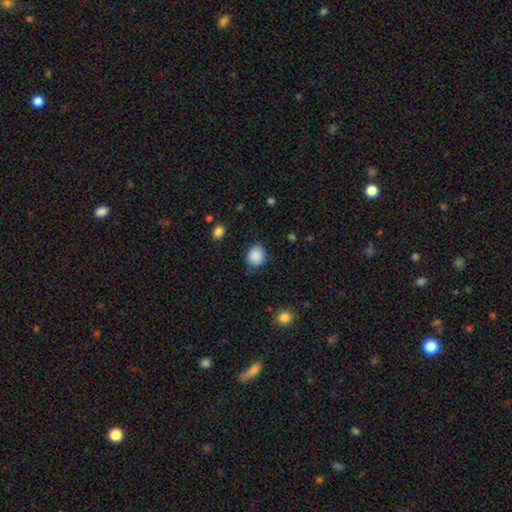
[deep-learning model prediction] Smooth or featured: smooth — 88% (star or artifact — 8%)
How rounded: round — 60% (in between — 39%)
Merging: none — 74% (minor disturbance — 20%)